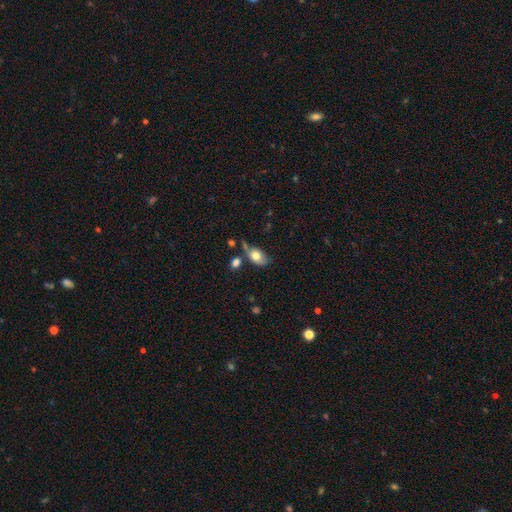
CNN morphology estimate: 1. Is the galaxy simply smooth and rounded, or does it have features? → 73% smooth, 19% featured or disk, 8% star or artifact.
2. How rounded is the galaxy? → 86% in between, 12% round, 2% cigar-shaped.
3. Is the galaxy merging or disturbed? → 46% none, 26% minor disturbance, 16% merger, 11% major disturbance.